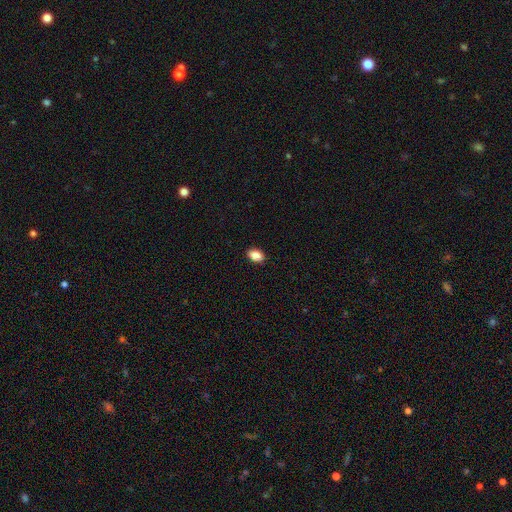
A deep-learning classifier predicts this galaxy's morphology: smooth-or-featured: smooth: 88% | star or artifact: 8% | featured or disk: 4%
  how-rounded: in between: 87% | round: 12% | cigar-shaped: 1%
  merging: none: 90% | minor disturbance: 7% | major disturbance: 2% | merger: 1%